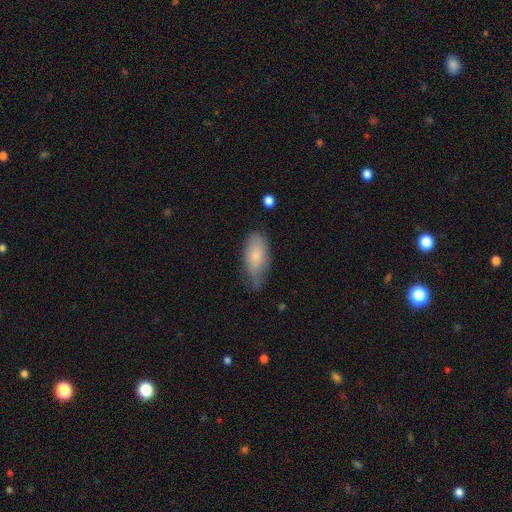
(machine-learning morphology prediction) Smooth or featured: smooth — 76% (featured or disk — 17%)
How rounded: in between — 89% (cigar-shaped — 9%)
Merging: none — 54% (minor disturbance — 37%)